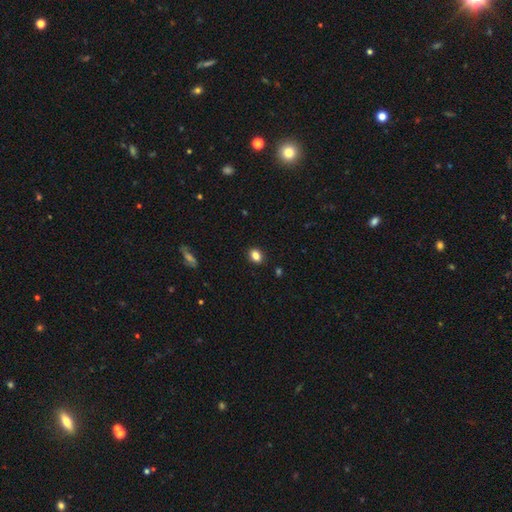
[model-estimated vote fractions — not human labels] This appears to be a smooth galaxy with no disk features (84%) that is in between round and cigar-shaped (67%). Merging: none (89%).